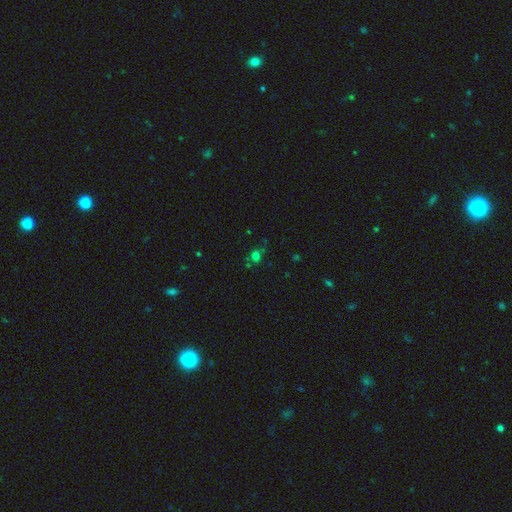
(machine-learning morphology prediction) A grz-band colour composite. It shows a smooth galaxy with no disk features (55%) that is round (69%). Merging: none (66%).